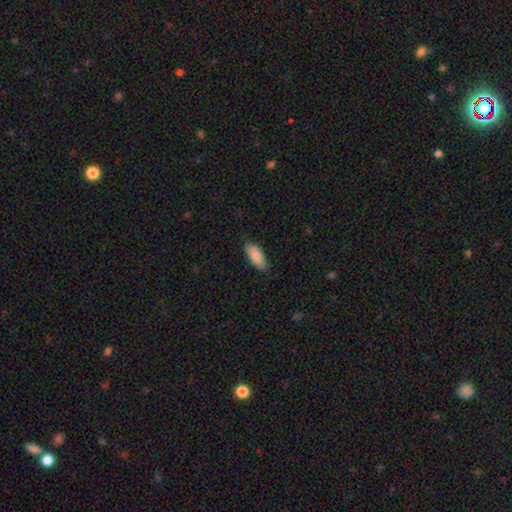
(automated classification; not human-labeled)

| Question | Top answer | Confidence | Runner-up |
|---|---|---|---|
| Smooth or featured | smooth | 88% | featured or disk (6%) |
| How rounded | in between | 88% | cigar-shaped (11%) |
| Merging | none | 84% | minor disturbance (13%) |